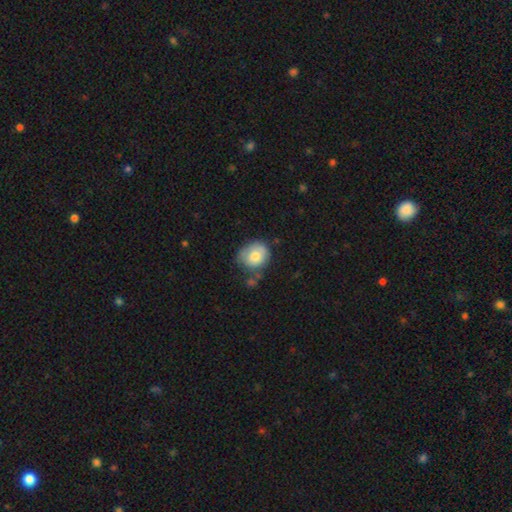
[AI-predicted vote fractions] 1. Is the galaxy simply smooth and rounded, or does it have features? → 73% smooth, 20% featured or disk, 7% star or artifact.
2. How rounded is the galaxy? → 64% round, 35% in between, 1% cigar-shaped.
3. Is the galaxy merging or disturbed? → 54% none, 30% minor disturbance, 9% major disturbance, 8% merger.